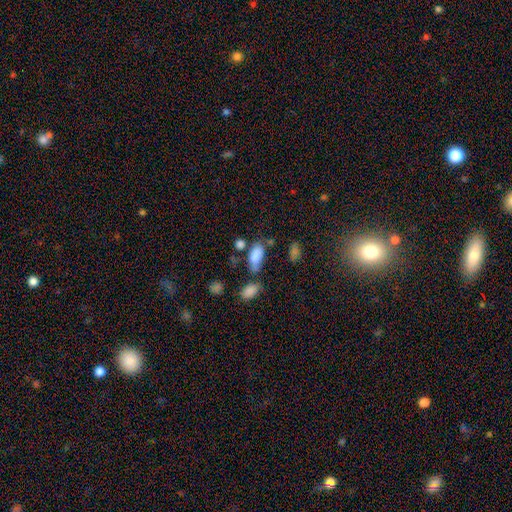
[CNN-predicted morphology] A smooth galaxy with no disk features (81%) that is in between round and cigar-shaped (90%).

Vote fractions:
- Smooth or featured? smooth: 81% / star or artifact: 10% / featured or disk: 9%
- How rounded? in between: 90% / cigar-shaped: 6% / round: 4%
- Merging? none: 50% / minor disturbance: 23% / merger: 17% / major disturbance: 10%